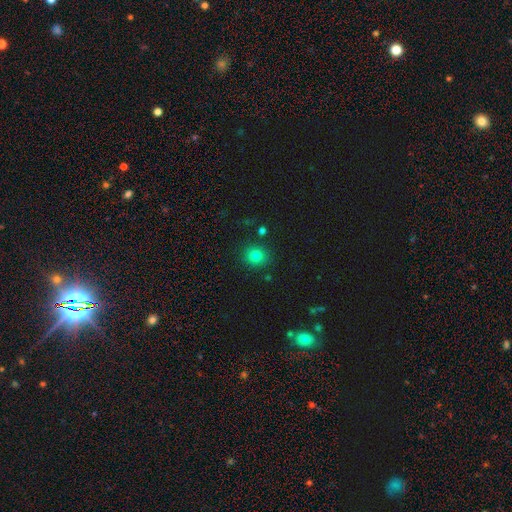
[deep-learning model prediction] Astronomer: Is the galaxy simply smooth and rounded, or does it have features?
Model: smooth — 79%.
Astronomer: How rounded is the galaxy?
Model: round — 83%.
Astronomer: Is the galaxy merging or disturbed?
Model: none — 86%.